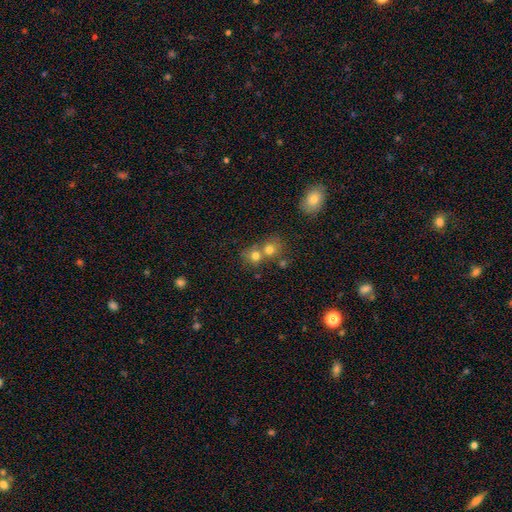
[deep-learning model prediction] Smooth or featured? smooth (73%)
How rounded? round (80%)
Merging? merger (55%)